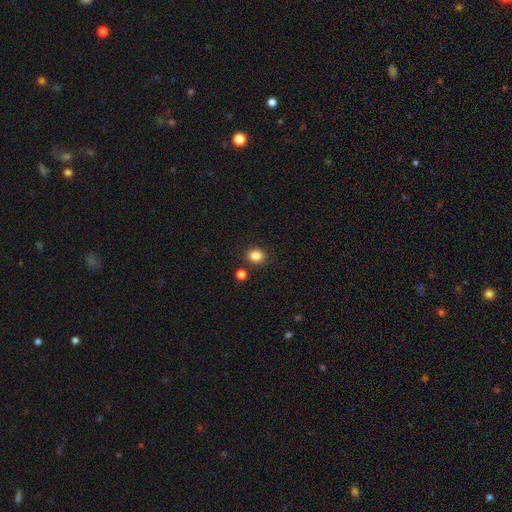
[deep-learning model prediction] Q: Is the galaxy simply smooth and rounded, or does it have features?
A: smooth — 85%.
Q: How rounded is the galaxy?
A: round — 75%.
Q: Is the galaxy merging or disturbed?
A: none — 85%.